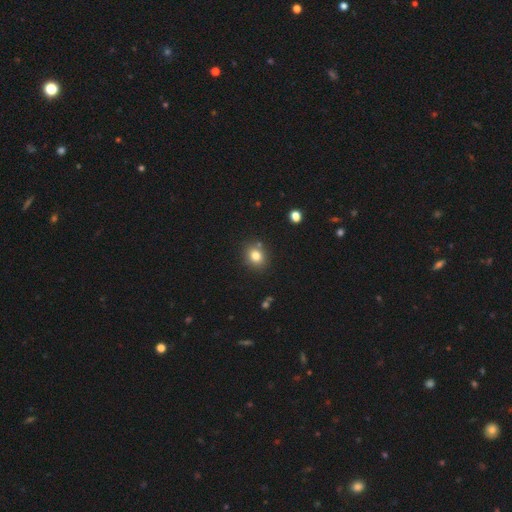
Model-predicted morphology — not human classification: A smooth galaxy with no disk features (80%) that is round (66%).

Vote fractions:
- Smooth or featured? smooth: 80% / star or artifact: 12% / featured or disk: 8%
- How rounded? round: 66% / in between: 33% / cigar-shaped: 1%
- Merging? none: 82% / minor disturbance: 10% / merger: 6% / major disturbance: 3%